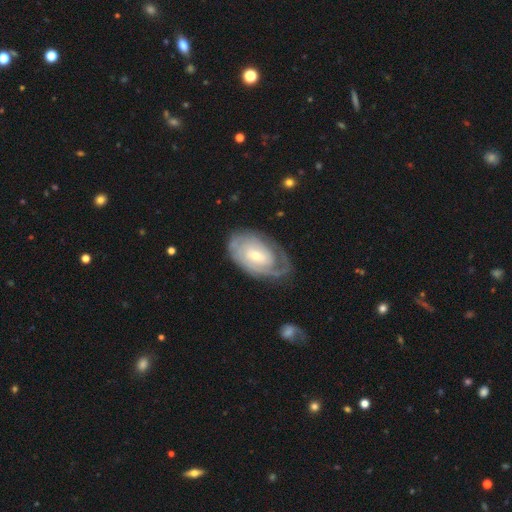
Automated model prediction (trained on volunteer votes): smooth_or_featured: featured or disk (p=0.77) [alt: smooth p=0.18]
disk_edge_on: no (p=0.95) [alt: yes p=0.05]
bar: no (p=0.63) [alt: weak p=0.31]
has_spiral_arms: yes (p=0.87) [alt: no p=0.13]
spiral_winding: tight (p=0.72) [alt: medium p=0.20]
spiral_arm_count: can't tell (p=0.44) [alt: 2 p=0.25]
bulge_size: small (p=0.54) [alt: moderate p=0.41]
merging: none (p=0.64) [alt: minor disturbance p=0.22]